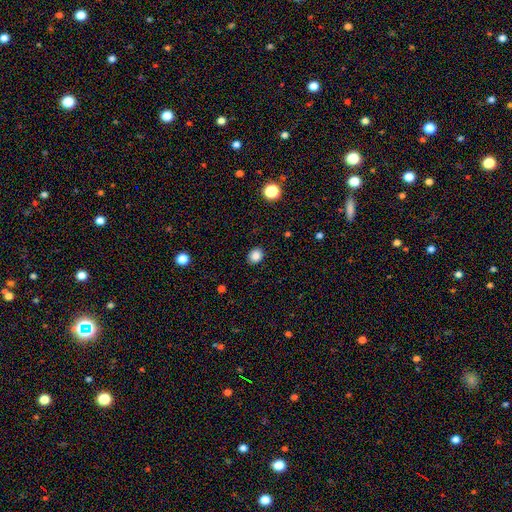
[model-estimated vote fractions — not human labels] Q: Smooth or featured?
A: smooth (86%); runner-up: star or artifact (11%)
Q: How rounded?
A: round (60%); runner-up: in between (39%)
Q: Merging?
A: none (88%); runner-up: minor disturbance (9%)